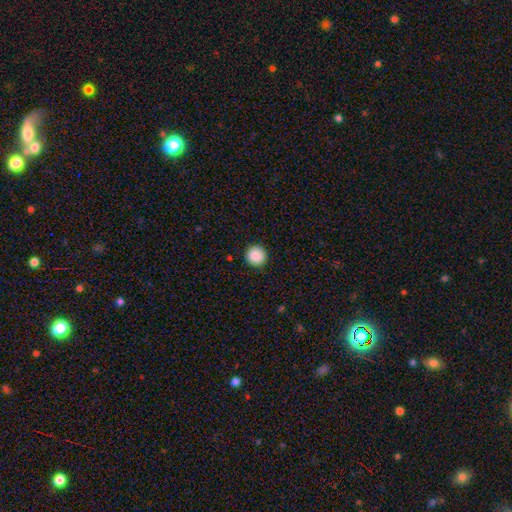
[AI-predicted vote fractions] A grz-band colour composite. It shows a smooth galaxy with no disk features (89%) that is round (96%). Merging: none (93%).